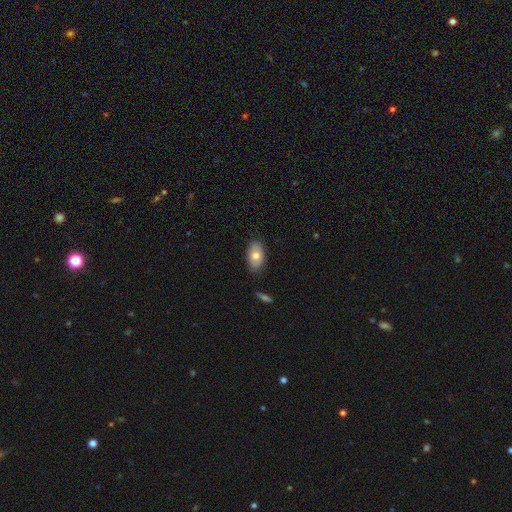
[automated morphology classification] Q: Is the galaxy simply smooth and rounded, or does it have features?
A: smooth — 71%.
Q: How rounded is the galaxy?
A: in between — 92%.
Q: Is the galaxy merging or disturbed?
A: none — 84%.